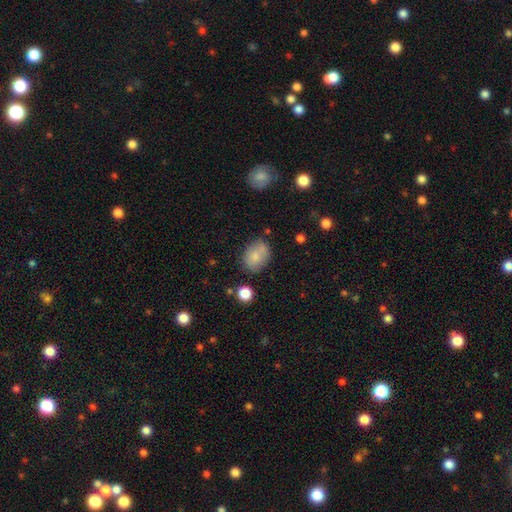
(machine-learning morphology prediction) smooth_or_featured: smooth (p=0.80) [alt: featured or disk p=0.12]
how_rounded: in between (p=0.70) [alt: round p=0.29]
merging: none (p=0.66) [alt: minor disturbance p=0.22]